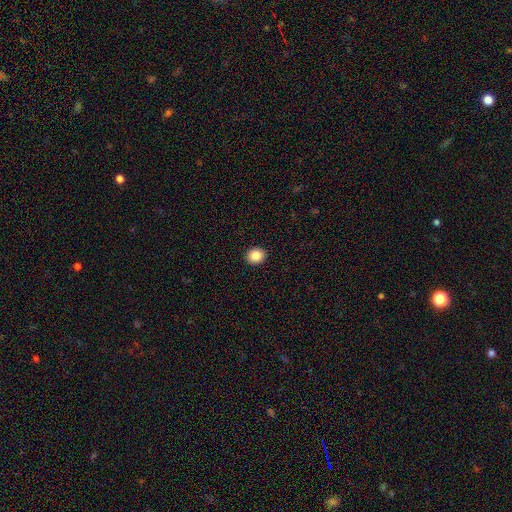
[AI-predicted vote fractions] Smooth or featured? smooth (87%)
How rounded? round (69%)
Merging? none (93%)